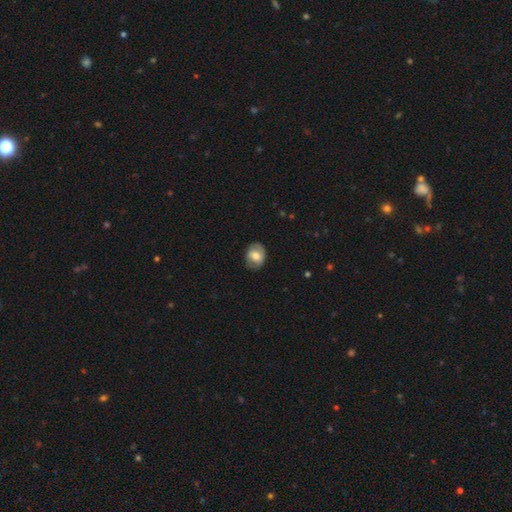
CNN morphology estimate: type=smooth (63%); roundness=in between (52%); merging=none (78%).